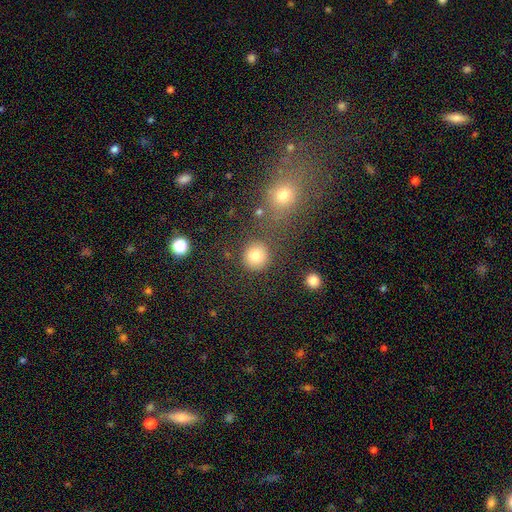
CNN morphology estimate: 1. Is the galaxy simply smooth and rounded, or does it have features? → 83% smooth, 11% star or artifact, 7% featured or disk.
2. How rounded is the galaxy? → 91% round, 8% in between, 1% cigar-shaped.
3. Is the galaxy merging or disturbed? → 83% none, 9% minor disturbance, 5% merger, 4% major disturbance.